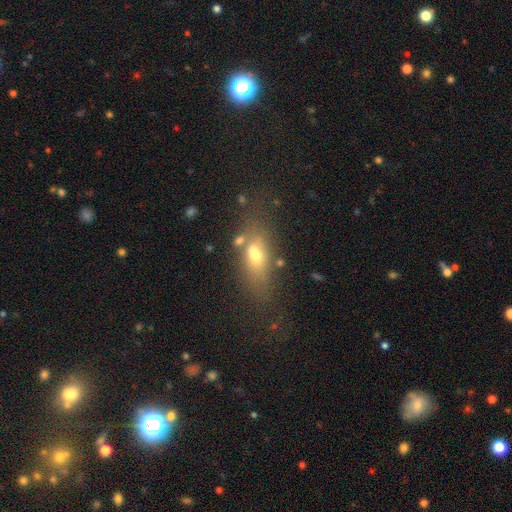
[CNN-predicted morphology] Q: Smooth or featured?
A: smooth (57%); runner-up: featured or disk (28%)
Q: How rounded?
A: in between (68%); runner-up: cigar-shaped (24%)
Q: Merging?
A: none (62%); runner-up: minor disturbance (16%)